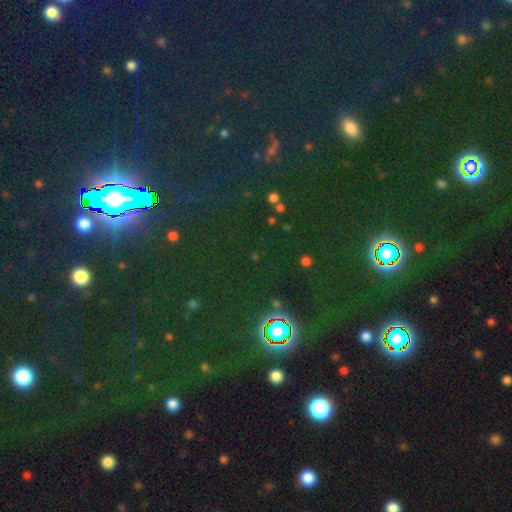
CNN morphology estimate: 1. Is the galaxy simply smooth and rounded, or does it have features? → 77% star or artifact, 15% smooth, 8% featured or disk.